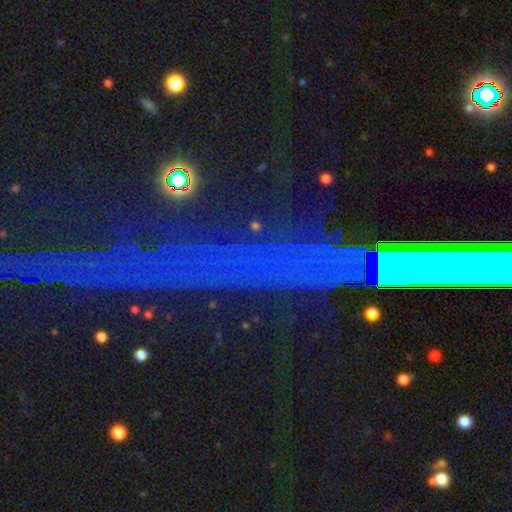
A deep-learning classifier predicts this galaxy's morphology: Overall: star or artifact (75%).